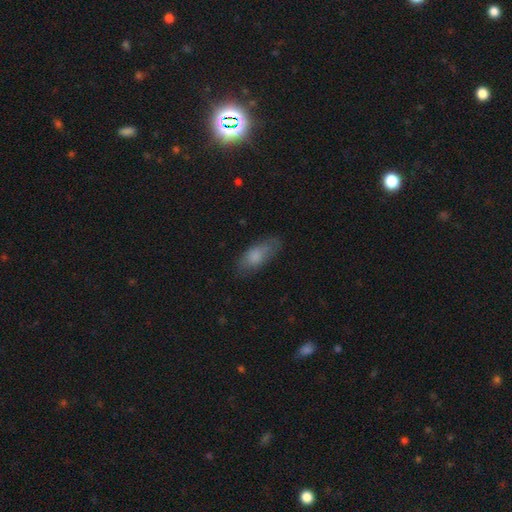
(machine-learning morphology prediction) Overall: smooth (76%). How rounded: in between (77%). Merging: none (70%).